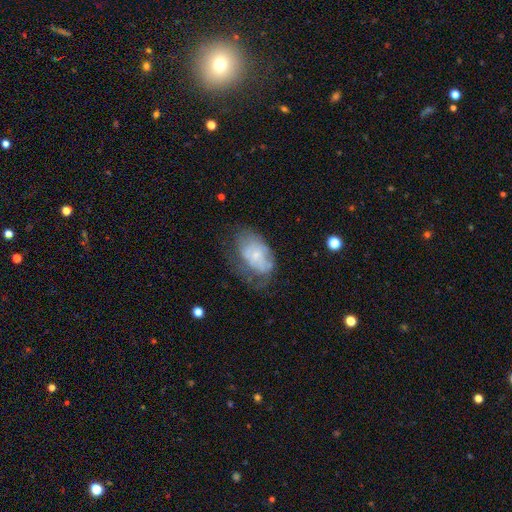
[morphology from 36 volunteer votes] Smooth or featured?
  - featured or disk: 53% *
  - smooth: 44%
  - star or artifact: 3%
Edge-on disk?
  - no: 100% *
  - yes: 0%
Bar?
  - no: 84% *
  - weak: 16%
  - strong: 0%
Spiral arms?
  - no: 89% *
  - yes: 11%
Bulge size?
  - small: 74% *
  - none: 21%
  - large: 5%
  - dominant: 0%
  - moderate: 0%
Merging?
  - major disturbance: 43% *
  - none: 29%
  - minor disturbance: 26%
  - merger: 3%